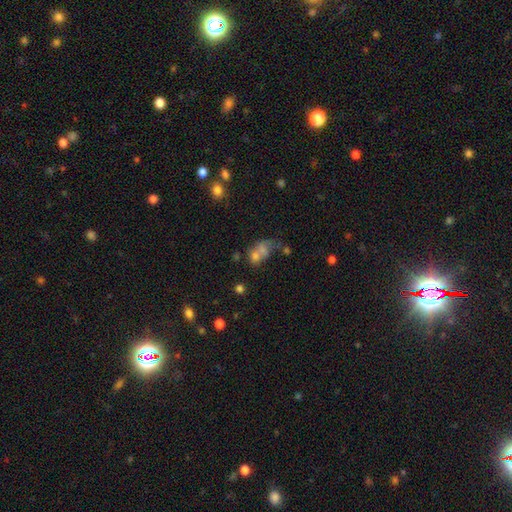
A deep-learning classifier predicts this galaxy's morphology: A smooth galaxy with no disk features (67%) that is in between round and cigar-shaped (57%). Merging: merger (56%).